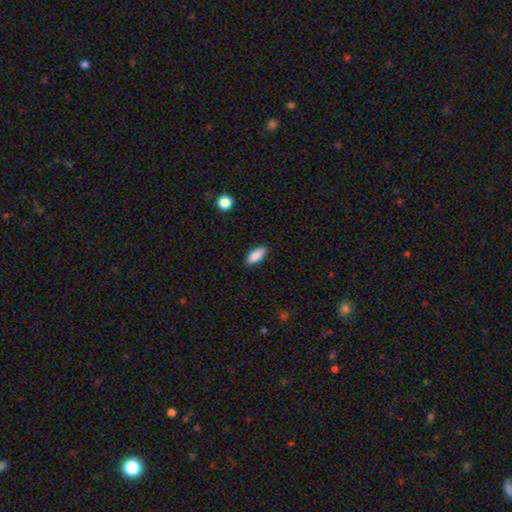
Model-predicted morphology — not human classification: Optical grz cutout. It shows a smooth galaxy with no disk features (88%) that is in between round and cigar-shaped (86%). Merging: none (88%).